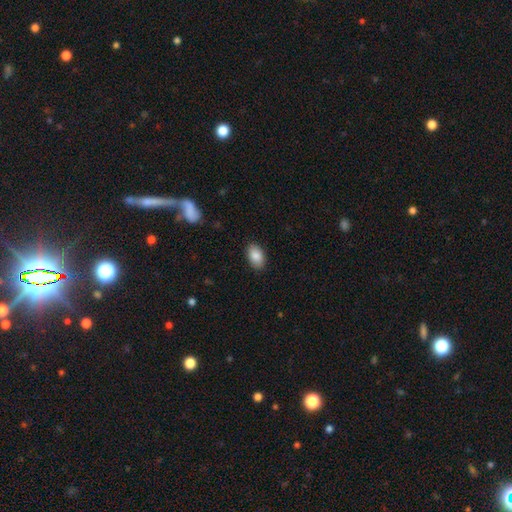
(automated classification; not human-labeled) Smooth or featured?
  - smooth: 88% *
  - star or artifact: 7%
  - featured or disk: 5%
How rounded?
  - in between: 91% *
  - round: 7%
  - cigar-shaped: 1%
Merging?
  - none: 88% *
  - minor disturbance: 9%
  - major disturbance: 2%
  - merger: 1%